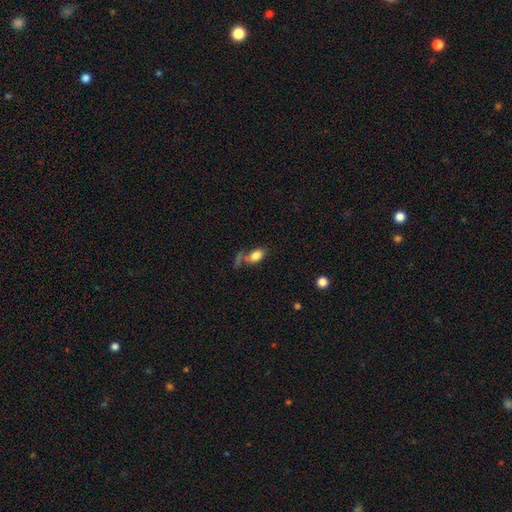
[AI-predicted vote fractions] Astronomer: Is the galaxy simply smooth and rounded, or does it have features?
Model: smooth — 82%.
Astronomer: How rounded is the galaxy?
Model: in between — 90%.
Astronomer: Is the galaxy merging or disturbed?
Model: none — 47% (runner-up: merger, 27%).